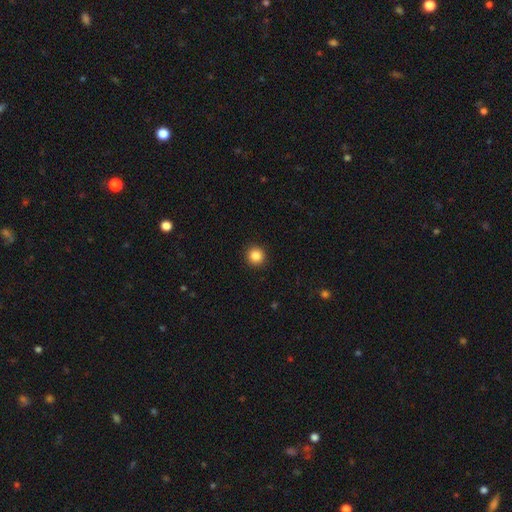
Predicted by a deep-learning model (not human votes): smooth 86%, star or artifact 10%, featured or disk 4%. Down the decision tree: how rounded — round (94%); merging — none (93%).